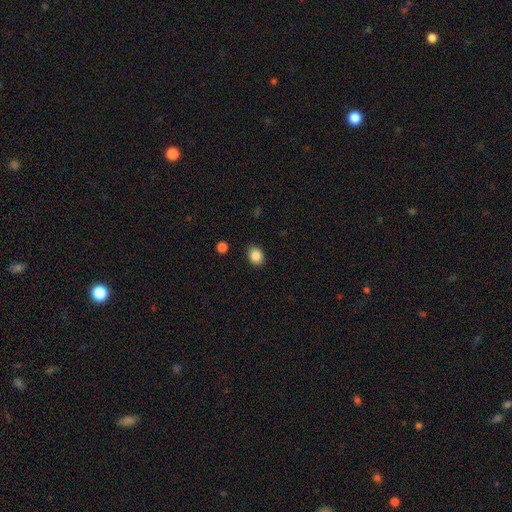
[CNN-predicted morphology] Smooth or featured? smooth (87%)
How rounded? in between (51%)
Merging? none (88%)